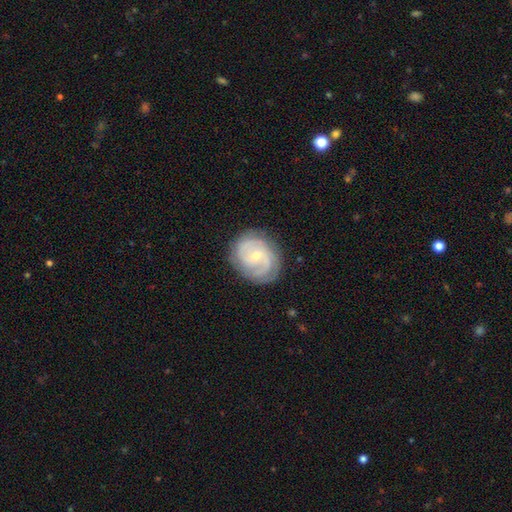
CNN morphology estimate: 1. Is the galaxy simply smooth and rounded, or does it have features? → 82% featured or disk, 12% smooth, 5% star or artifact.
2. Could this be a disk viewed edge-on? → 98% no, 2% yes.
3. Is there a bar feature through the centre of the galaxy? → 59% no, 34% weak, 7% strong.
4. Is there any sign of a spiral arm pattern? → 95% yes, 5% no.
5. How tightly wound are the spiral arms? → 58% tight, 34% medium, 8% loose.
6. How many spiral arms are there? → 47% 2, 21% 3, 19% can't tell, 5% 1, 4% 4, 4% more than 4.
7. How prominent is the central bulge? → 62% small, 35% moderate, 1% large, 1% none, 1% dominant.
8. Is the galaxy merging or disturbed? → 80% none, 14% minor disturbance, 5% major disturbance, 1% merger.